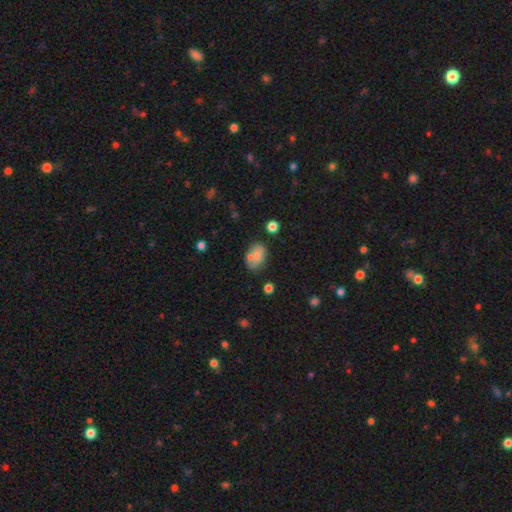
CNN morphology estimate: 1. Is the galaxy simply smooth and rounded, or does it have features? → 67% smooth, 23% featured or disk, 10% star or artifact.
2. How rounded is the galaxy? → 81% in between, 17% round, 2% cigar-shaped.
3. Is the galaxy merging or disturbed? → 52% none, 23% merger, 19% minor disturbance, 7% major disturbance.